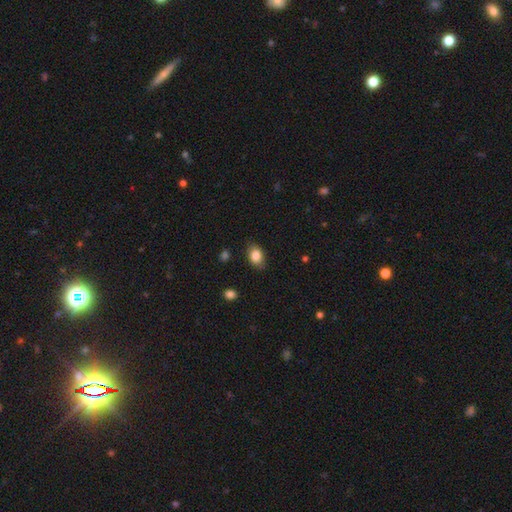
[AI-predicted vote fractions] smooth-or-featured: smooth: 85% | star or artifact: 8% | featured or disk: 7%
  how-rounded: in between: 83% | round: 15% | cigar-shaped: 2%
  merging: none: 82% | minor disturbance: 14% | major disturbance: 3% | merger: 1%